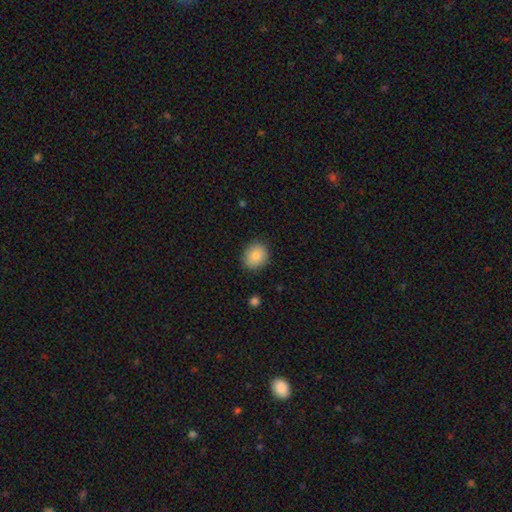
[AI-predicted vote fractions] Morphology: type=smooth (85%); roundness=round (71%); merging=none (87%).